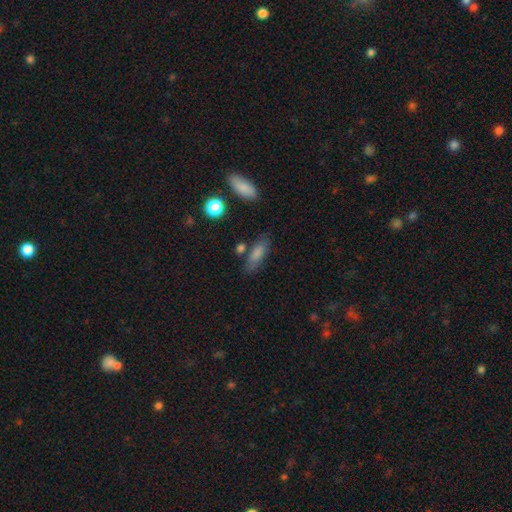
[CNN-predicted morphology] A smooth galaxy with no disk features (79%) that is in between round and cigar-shaped (56%). Merging: none (72%).